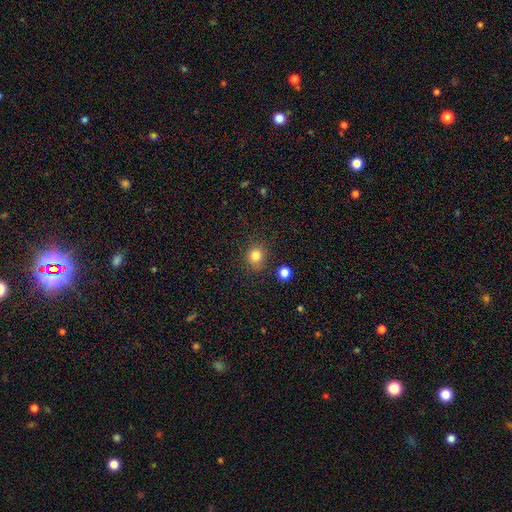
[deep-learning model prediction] A smooth galaxy with no disk features (81%) that is round (79%). Merging: none (82%).